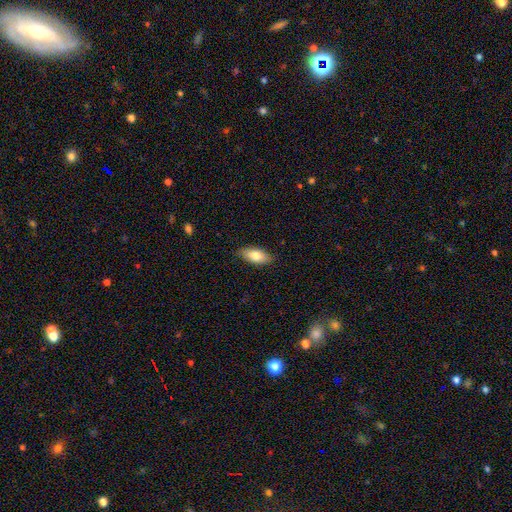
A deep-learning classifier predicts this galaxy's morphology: This is likely a smooth galaxy (79%). How rounded: clearly in between (88%). Merging: clearly none (86%).